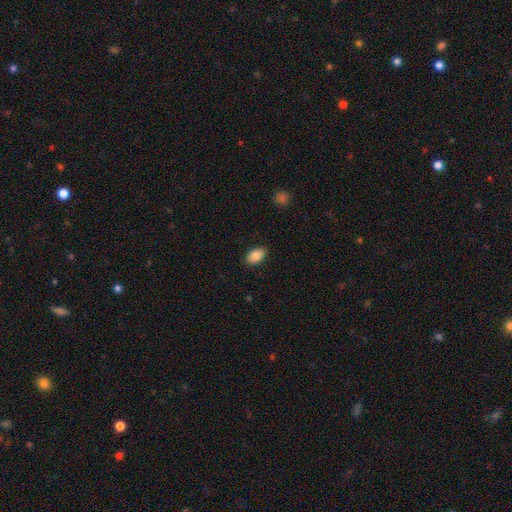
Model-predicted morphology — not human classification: Q: Smooth or featured?
A: smooth (84%); runner-up: featured or disk (8%)
Q: How rounded?
A: in between (90%); runner-up: round (8%)
Q: Merging?
A: none (87%); runner-up: minor disturbance (10%)